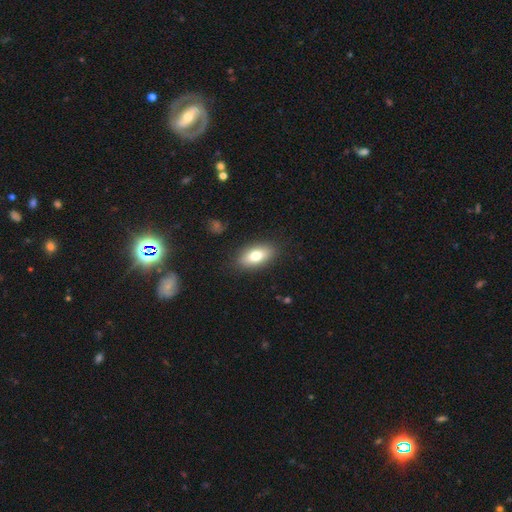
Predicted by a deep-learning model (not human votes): smooth 75%, featured or disk 18%, star or artifact 7%. Down the decision tree: how rounded — in between (86%); merging — none (87%).